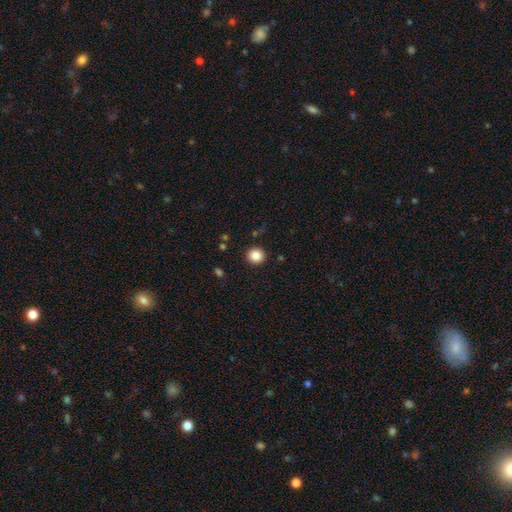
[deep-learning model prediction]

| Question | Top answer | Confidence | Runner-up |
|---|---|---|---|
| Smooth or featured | smooth | 85% | star or artifact (10%) |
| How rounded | round | 90% | in between (9%) |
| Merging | none | 91% | minor disturbance (6%) |